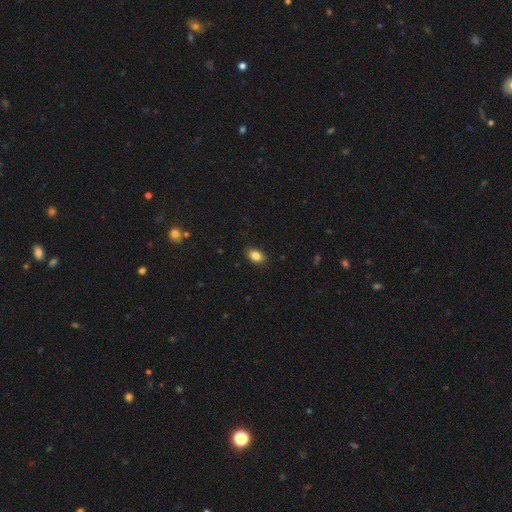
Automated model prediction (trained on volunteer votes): Smooth or featured?
  - smooth: 85% *
  - star or artifact: 9%
  - featured or disk: 6%
How rounded?
  - in between: 85% *
  - round: 13%
  - cigar-shaped: 1%
Merging?
  - none: 88% *
  - minor disturbance: 9%
  - major disturbance: 2%
  - merger: 1%